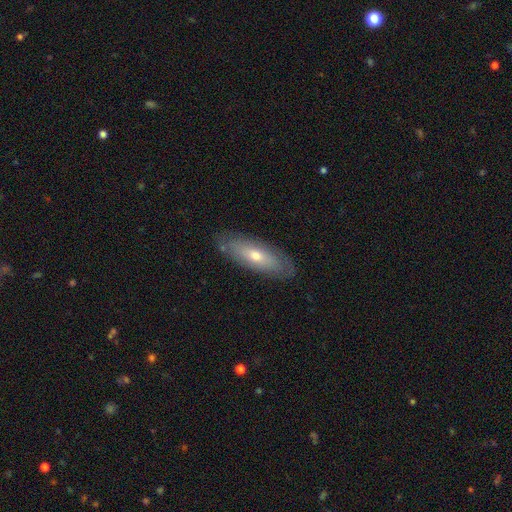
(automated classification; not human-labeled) A smooth galaxy with no disk features (53%) that is in between round and cigar-shaped (62%). Merging: none (82%).